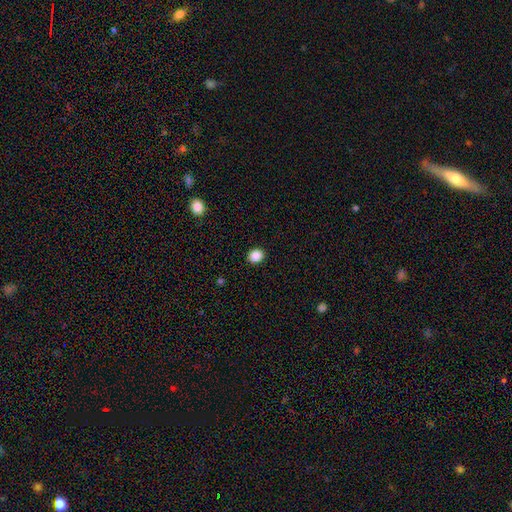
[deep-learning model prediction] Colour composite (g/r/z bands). It shows a smooth galaxy with no disk features (88%) that is round (66%). Merging: none (91%).